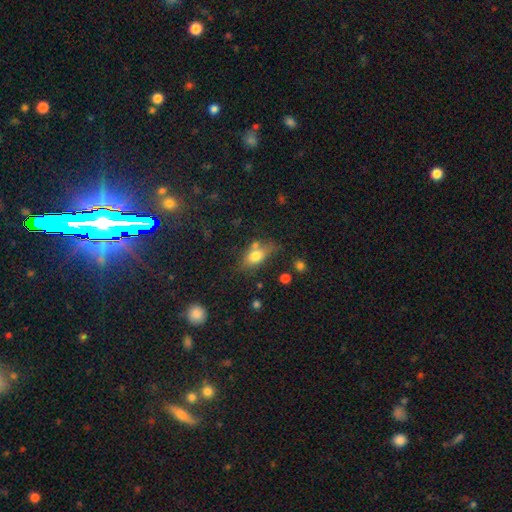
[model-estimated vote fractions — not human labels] Q: Smooth or featured?
A: smooth (71%); runner-up: featured or disk (19%)
Q: How rounded?
A: in between (80%); runner-up: round (12%)
Q: Merging?
A: none (57%); runner-up: minor disturbance (21%)